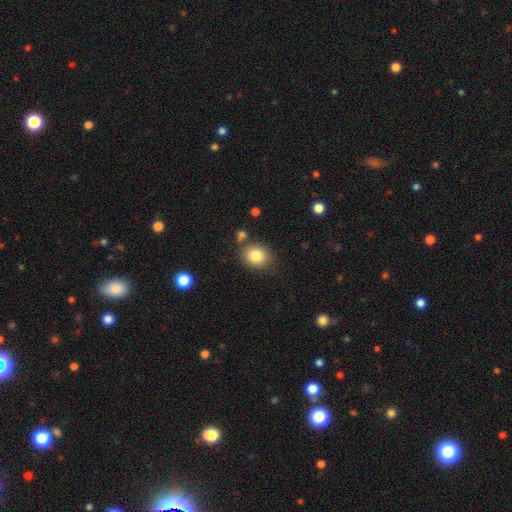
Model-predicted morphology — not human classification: A smooth galaxy with no disk features (82%) that is round (60%). Merging: none (76%).